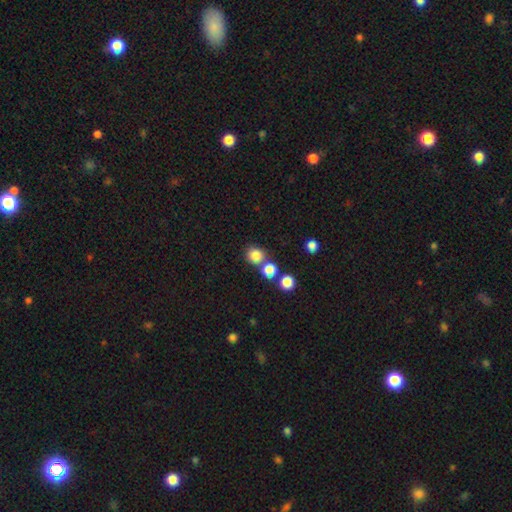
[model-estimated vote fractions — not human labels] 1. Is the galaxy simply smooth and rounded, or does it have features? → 82% smooth, 12% star or artifact, 5% featured or disk.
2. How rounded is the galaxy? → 84% round, 15% in between, 1% cigar-shaped.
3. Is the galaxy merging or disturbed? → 66% none, 22% merger, 9% minor disturbance, 3% major disturbance.